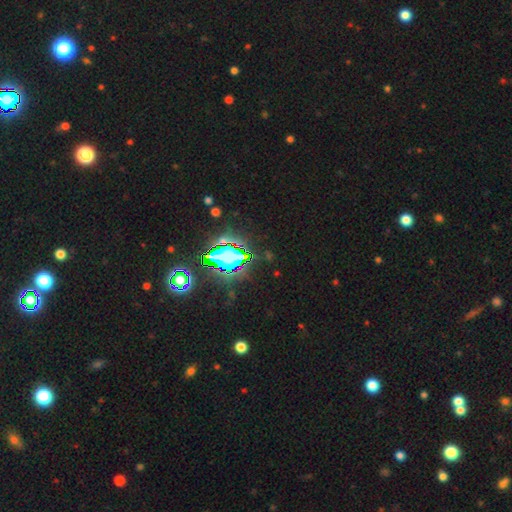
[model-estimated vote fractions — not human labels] Morphology: type=star or artifact (83%).